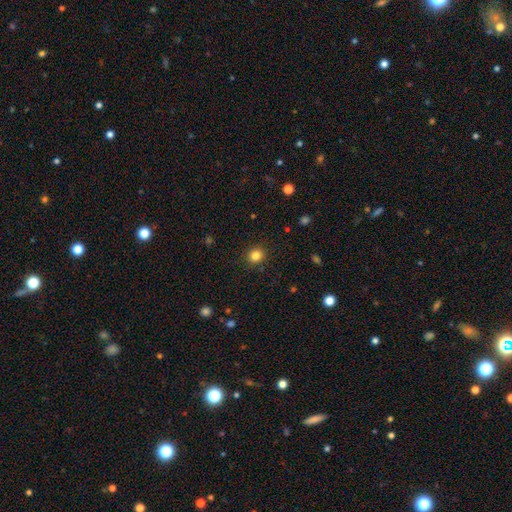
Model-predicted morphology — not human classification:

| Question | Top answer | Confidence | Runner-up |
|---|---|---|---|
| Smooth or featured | smooth | 83% | star or artifact (12%) |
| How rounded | round | 83% | in between (17%) |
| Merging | none | 90% | minor disturbance (7%) |